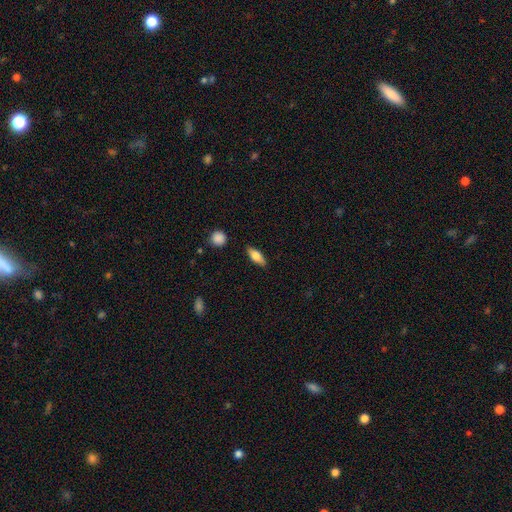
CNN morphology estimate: A smooth galaxy with no disk features (73%) that is in between round and cigar-shaped (72%).

Vote fractions:
- Smooth or featured? smooth: 73% / featured or disk: 20% / star or artifact: 7%
- How rounded? in between: 72% / cigar-shaped: 25% / round: 3%
- Merging? none: 86% / minor disturbance: 10% / major disturbance: 2% / merger: 2%